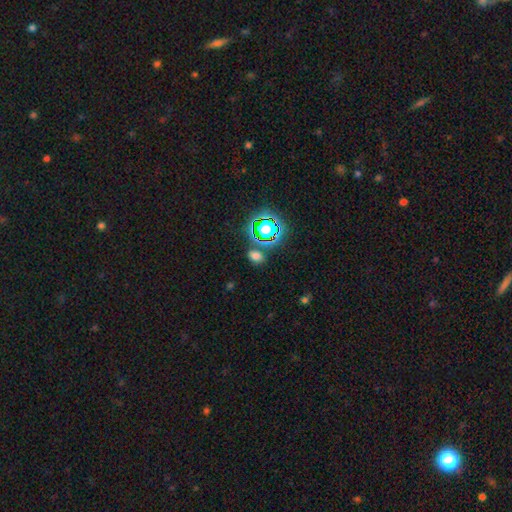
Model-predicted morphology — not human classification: A smooth galaxy with no disk features (59%) that is in between round and cigar-shaped (72%). Merging: none (77%).